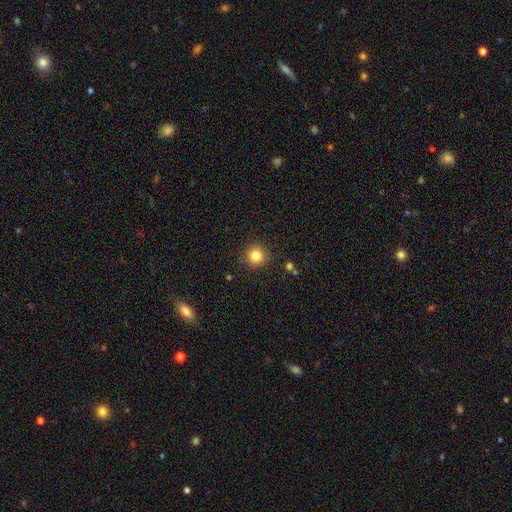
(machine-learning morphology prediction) smooth 83%, star or artifact 12%, featured or disk 5%. Down the decision tree: how rounded — round (93%); merging — none (89%).